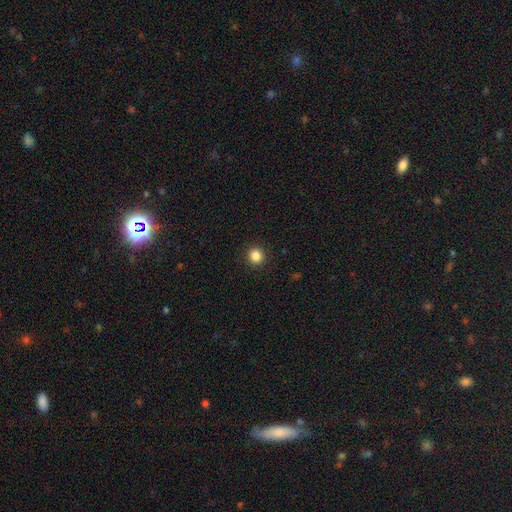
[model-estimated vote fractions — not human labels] A smooth galaxy with no disk features (85%) that is round (89%).

Vote fractions:
- Smooth or featured? smooth: 85% / star or artifact: 11% / featured or disk: 3%
- How rounded? round: 89% / in between: 10% / cigar-shaped: 1%
- Merging? none: 92% / minor disturbance: 5% / major disturbance: 2% / merger: 1%